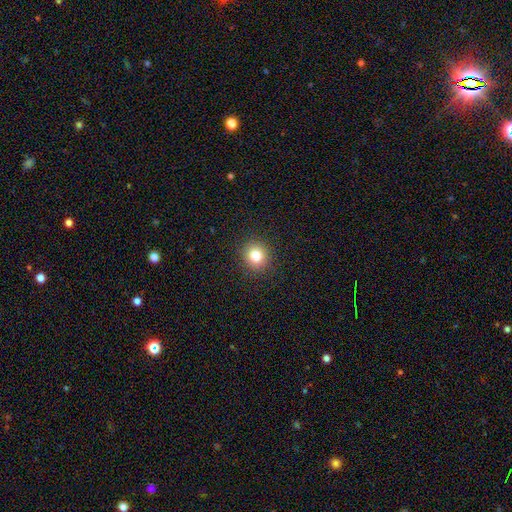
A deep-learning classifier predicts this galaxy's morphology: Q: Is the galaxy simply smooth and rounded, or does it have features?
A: smooth — 82%.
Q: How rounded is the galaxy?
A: round — 84%.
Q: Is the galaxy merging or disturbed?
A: none — 90%.